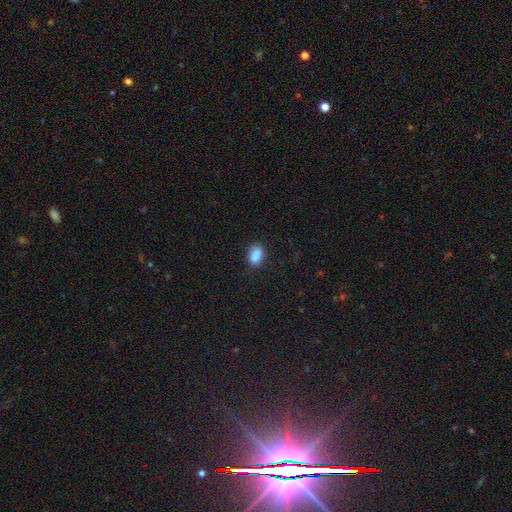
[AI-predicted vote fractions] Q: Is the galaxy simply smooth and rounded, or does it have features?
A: smooth — 82%.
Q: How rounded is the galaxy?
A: in between — 78%.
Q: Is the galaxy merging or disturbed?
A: none — 53%.